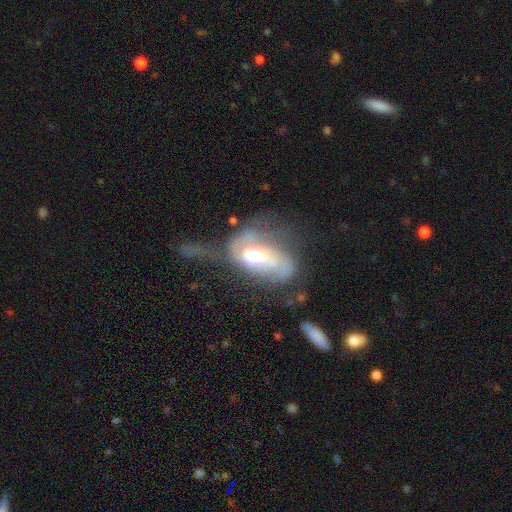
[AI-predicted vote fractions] A featured or disk galaxy (61%) with no bar (59%), spiral arms (60%) and a moderate central bulge (64%). Merging: major disturbance (48%).